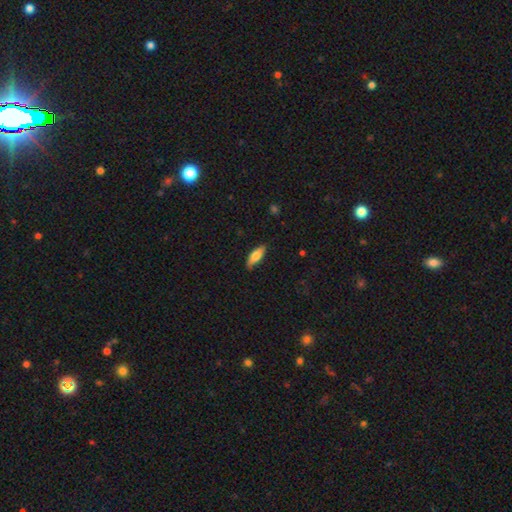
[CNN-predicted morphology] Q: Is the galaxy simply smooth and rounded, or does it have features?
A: smooth — 71%.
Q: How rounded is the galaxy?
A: in between — 63%.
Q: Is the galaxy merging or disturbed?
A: none — 83%.